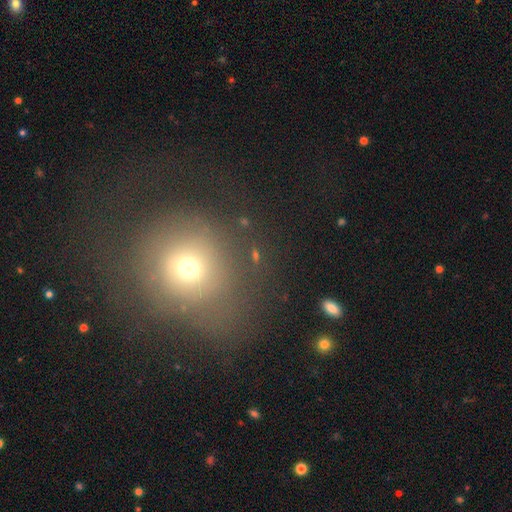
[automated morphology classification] Smooth or featured?
  - smooth: 60% *
  - star or artifact: 23%
  - featured or disk: 16%
How rounded?
  - round: 77% *
  - in between: 21%
  - cigar-shaped: 2%
Merging?
  - none: 69% *
  - minor disturbance: 14%
  - major disturbance: 11%
  - merger: 7%